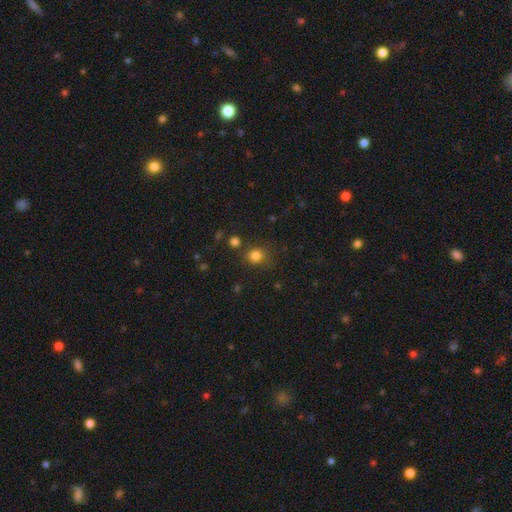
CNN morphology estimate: smooth_or_featured: smooth (p=0.80) [alt: star or artifact p=0.15]
how_rounded: round (p=0.85) [alt: in between p=0.14]
merging: none (p=0.75) [alt: minor disturbance p=0.12]